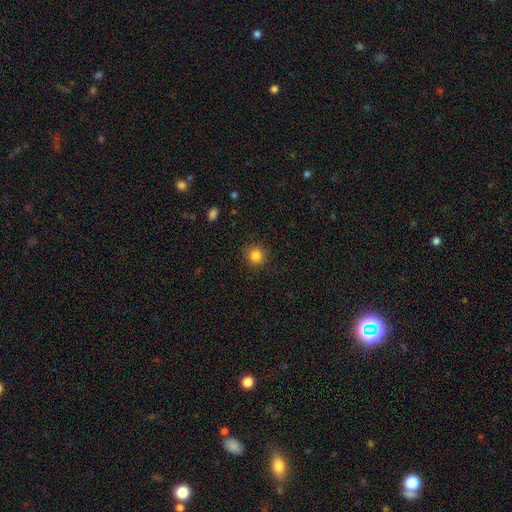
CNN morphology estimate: Q: Smooth or featured?
A: smooth (84%); runner-up: star or artifact (11%)
Q: How rounded?
A: round (92%); runner-up: in between (7%)
Q: Merging?
A: none (89%); runner-up: minor disturbance (8%)